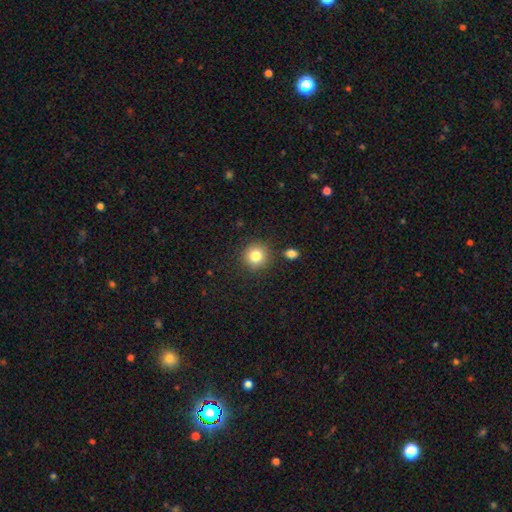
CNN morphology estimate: A smooth galaxy with no disk features (82%) that is round (91%). Merging: none (86%).